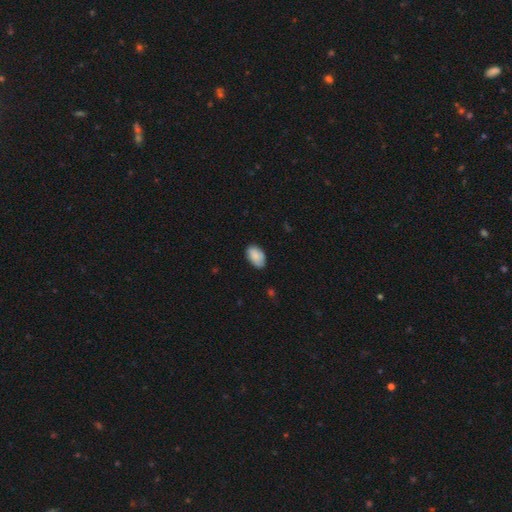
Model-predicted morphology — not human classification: A smooth galaxy with no disk features (86%) that is in between round and cigar-shaped (92%). Merging: none (73%).